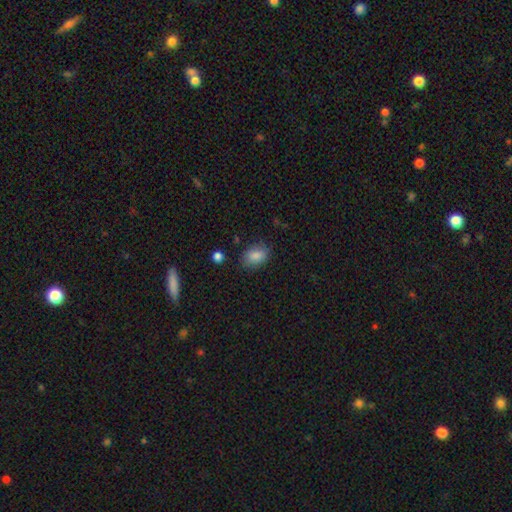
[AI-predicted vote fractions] Q: Smooth or featured?
A: smooth (86%); runner-up: star or artifact (8%)
Q: How rounded?
A: in between (82%); runner-up: round (16%)
Q: Merging?
A: none (79%); runner-up: minor disturbance (15%)